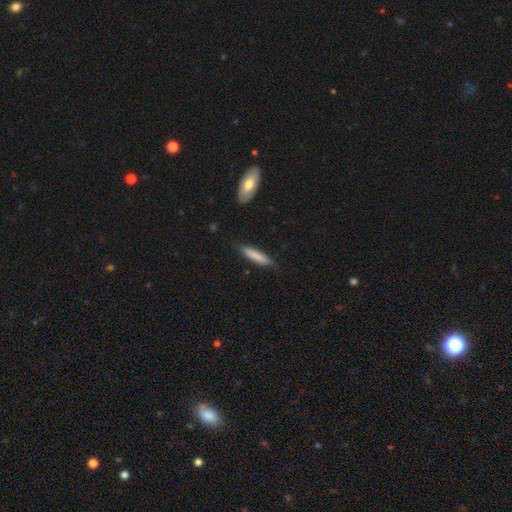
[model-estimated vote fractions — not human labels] A smooth galaxy with no disk features (80%) that is cigar-shaped (83%).

Vote fractions:
- Smooth or featured? smooth: 80% / featured or disk: 14% / star or artifact: 5%
- How rounded? cigar-shaped: 83% / in between: 15% / round: 1%
- Merging? none: 82% / minor disturbance: 14% / major disturbance: 2% / merger: 2%